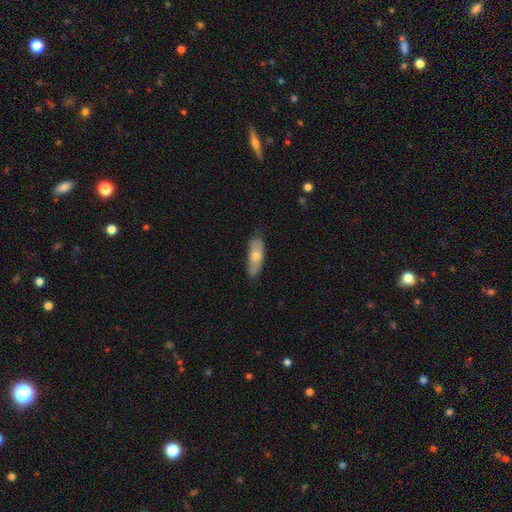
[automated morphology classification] Overall: smooth (64%; featured or disk 30%). How rounded: in between (62%; cigar-shaped 35%). Merging: none (76%).